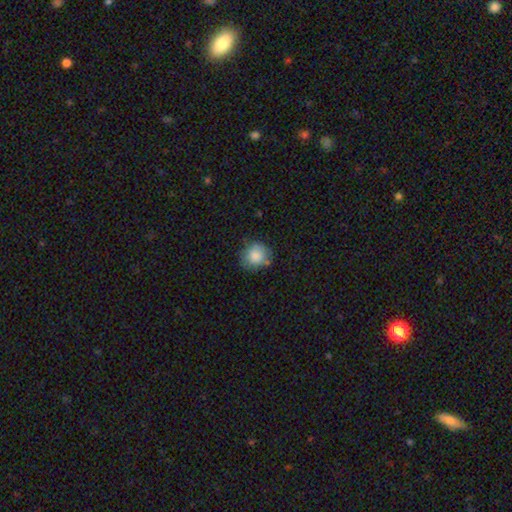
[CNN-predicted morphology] This appears to be a smooth galaxy with no disk features (82%) that is round (84%). Merging: none (69%).